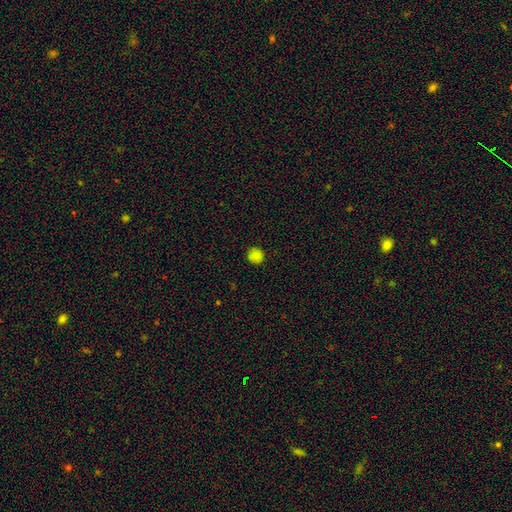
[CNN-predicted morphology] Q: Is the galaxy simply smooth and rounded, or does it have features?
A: smooth — 84%.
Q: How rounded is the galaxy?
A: round — 94%.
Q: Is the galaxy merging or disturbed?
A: none — 90%.